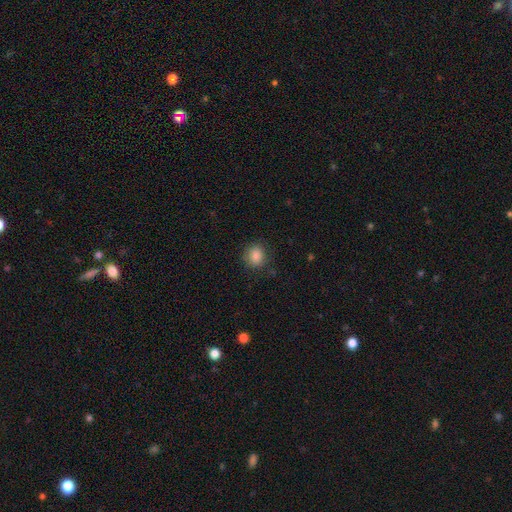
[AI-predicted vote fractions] smooth-or-featured: smooth: 85% | star or artifact: 9% | featured or disk: 5%
  how-rounded: round: 69% | in between: 30% | cigar-shaped: 1%
  merging: none: 83% | minor disturbance: 12% | major disturbance: 4% | merger: 1%